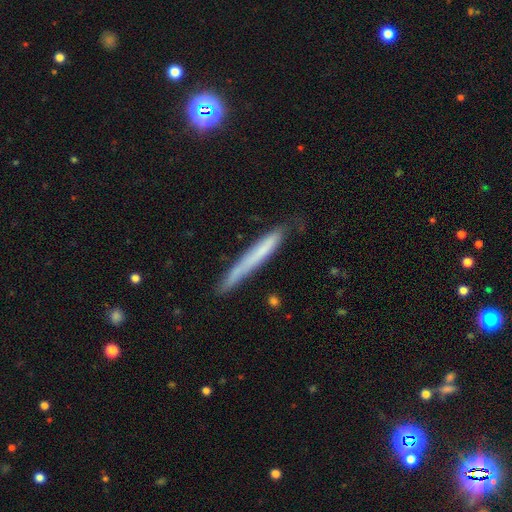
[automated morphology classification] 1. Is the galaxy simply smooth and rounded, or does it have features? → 58% smooth, 34% featured or disk, 8% star or artifact.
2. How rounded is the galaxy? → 96% cigar-shaped, 2% in between, 1% round.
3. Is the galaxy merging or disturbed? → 72% none, 21% minor disturbance, 4% major disturbance, 2% merger.